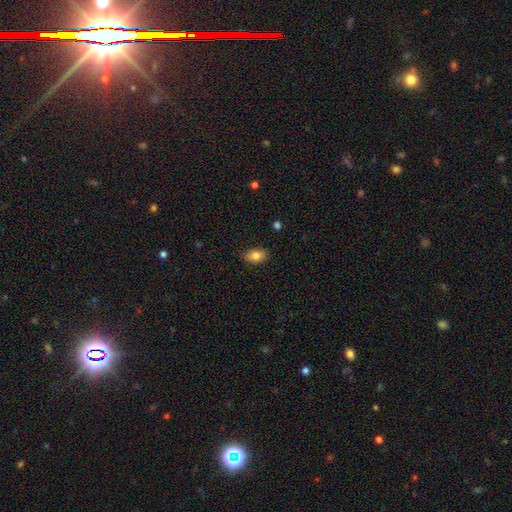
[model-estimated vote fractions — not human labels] smooth-or-featured: smooth: 82% | featured or disk: 10% | star or artifact: 8%
  how-rounded: in between: 88% | round: 10% | cigar-shaped: 2%
  merging: none: 84% | minor disturbance: 13% | major disturbance: 2% | merger: 1%